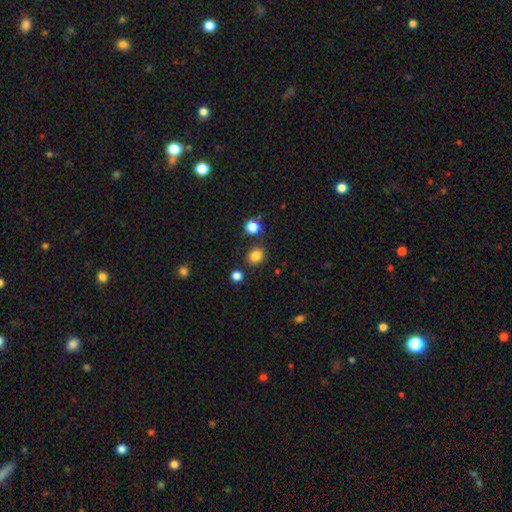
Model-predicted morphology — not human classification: Smooth or featured? smooth (83%)
How rounded? round (62%)
Merging? none (81%)